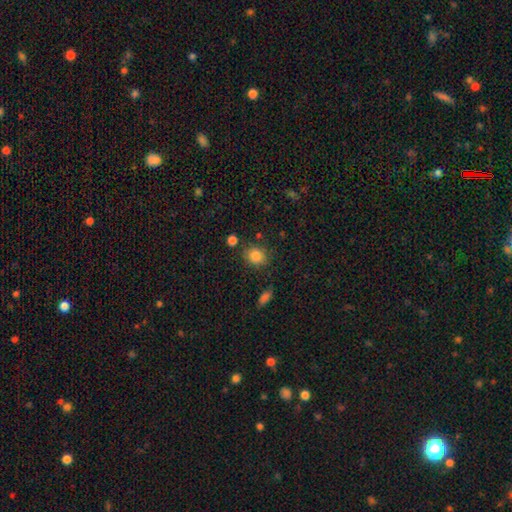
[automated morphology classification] Smooth or featured? smooth (85%)
How rounded? round (60%)
Merging? none (79%)